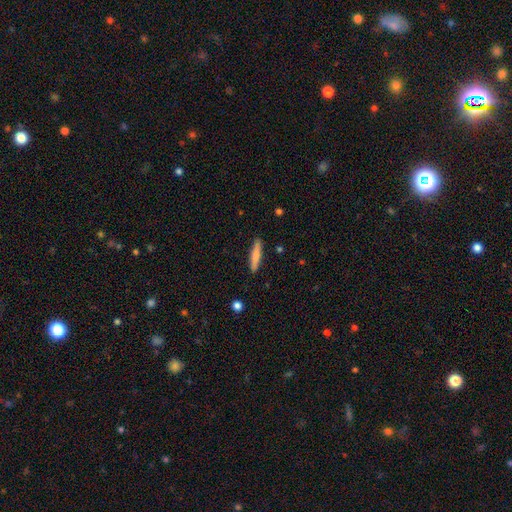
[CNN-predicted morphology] The model was most divided on "smooth or featured": smooth: 75%, featured or disk: 20%, star or artifact: 6%. More confident: merging — none (89%); how rounded — cigar-shaped (89%).